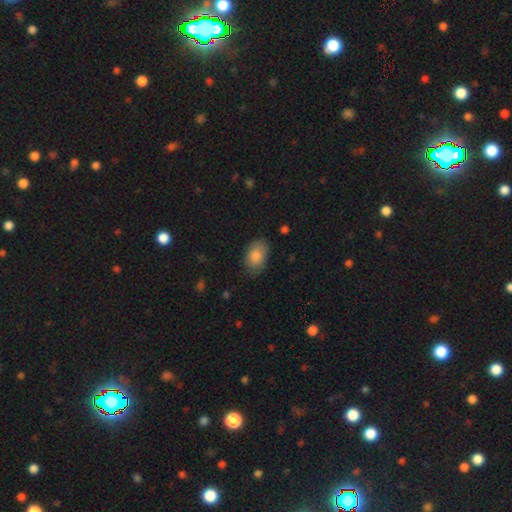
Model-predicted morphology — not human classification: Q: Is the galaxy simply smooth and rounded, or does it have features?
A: smooth — 84%.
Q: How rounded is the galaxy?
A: in between — 89%.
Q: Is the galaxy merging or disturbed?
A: none — 79%.